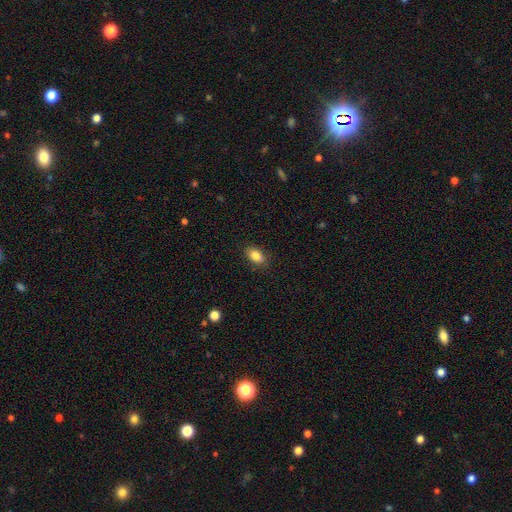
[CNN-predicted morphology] Overall: smooth (84%). How rounded: in between (87%). Merging: none (87%).